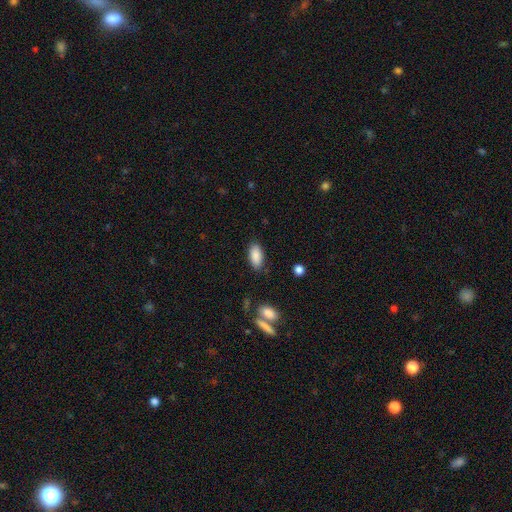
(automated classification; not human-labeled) Smooth or featured? Predicted: smooth (p=0.88). How rounded? Predicted: in between (p=0.91). Merging? Predicted: none (p=0.85).